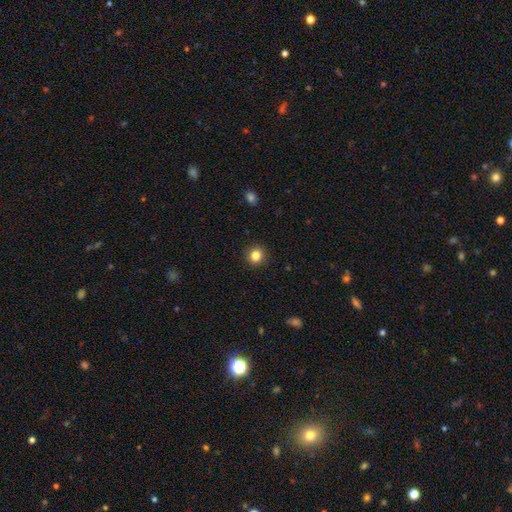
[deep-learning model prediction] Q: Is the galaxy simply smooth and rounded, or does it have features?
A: smooth — 84%.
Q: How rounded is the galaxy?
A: round — 90%.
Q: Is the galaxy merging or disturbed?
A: none — 92%.